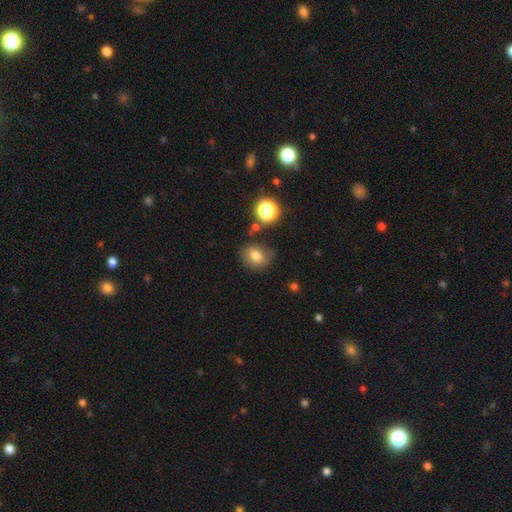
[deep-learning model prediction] Smooth or featured?
  - smooth: 75% *
  - star or artifact: 13%
  - featured or disk: 12%
How rounded?
  - in between: 50% *
  - round: 49%
  - cigar-shaped: 1%
Merging?
  - none: 69% *
  - minor disturbance: 20%
  - major disturbance: 6%
  - merger: 5%